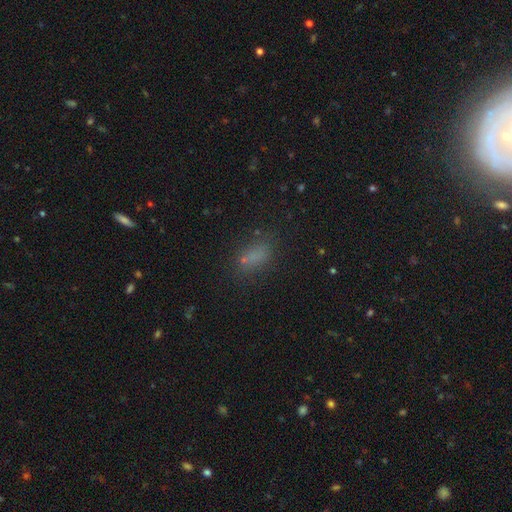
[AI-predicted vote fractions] The model was most divided on "smooth or featured": smooth: 73%, star or artifact: 19%, featured or disk: 9%. More confident: how rounded — in between (75%); merging — none (75%).